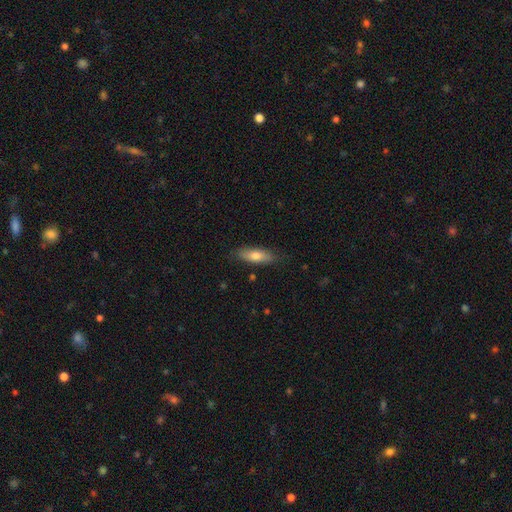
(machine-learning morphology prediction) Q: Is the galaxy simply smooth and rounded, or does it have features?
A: smooth — 71%.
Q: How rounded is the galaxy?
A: in between — 57%.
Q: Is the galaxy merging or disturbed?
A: none — 82%.